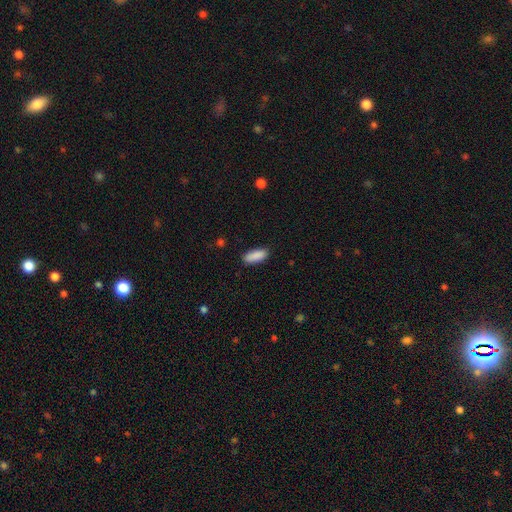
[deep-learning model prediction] Q: Smooth or featured?
A: smooth (90%); runner-up: star or artifact (6%)
Q: How rounded?
A: in between (73%); runner-up: cigar-shaped (25%)
Q: Merging?
A: none (87%); runner-up: minor disturbance (10%)